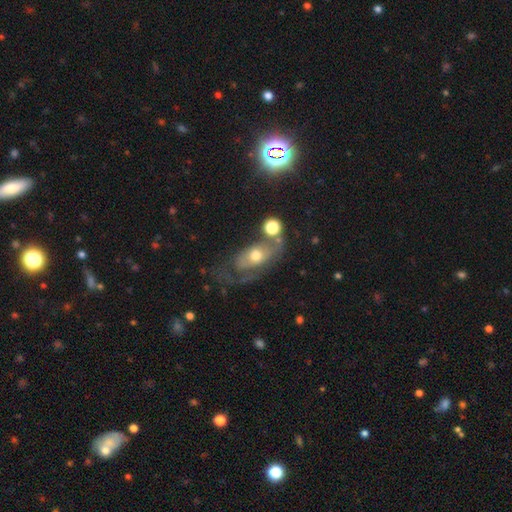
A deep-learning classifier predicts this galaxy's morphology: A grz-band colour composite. It shows a featured or disk galaxy (54%). Merging: none (35%).